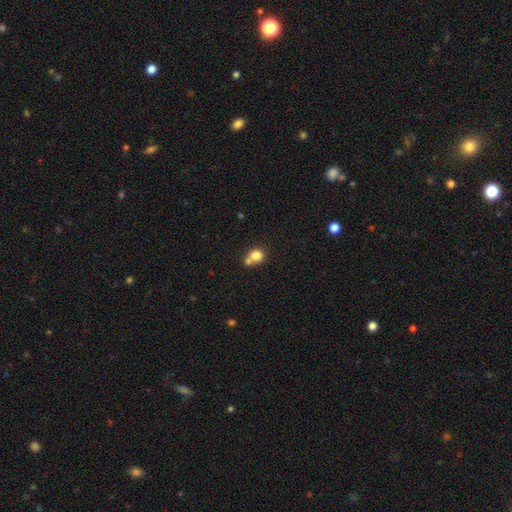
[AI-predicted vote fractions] A smooth galaxy with no disk features (80%) that is round (79%).

Vote fractions:
- Smooth or featured? smooth: 80% / star or artifact: 10% / featured or disk: 10%
- How rounded? round: 79% / in between: 20% / cigar-shaped: 1%
- Merging? merger: 47% / none: 41% / minor disturbance: 8% / major disturbance: 3%